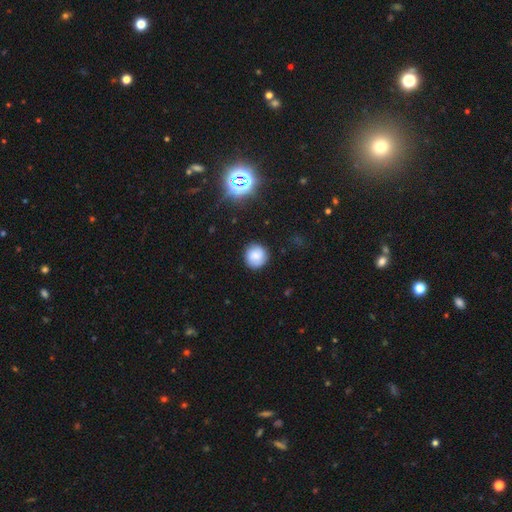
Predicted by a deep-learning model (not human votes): Overall: smooth (77%). How rounded: round (93%). Merging: none (85%).